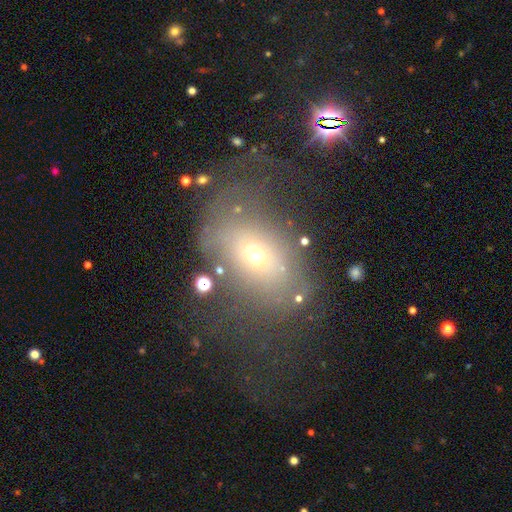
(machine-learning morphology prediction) A smooth galaxy with no disk features (53%) that is in between round and cigar-shaped (63%). Merging: none (42%).